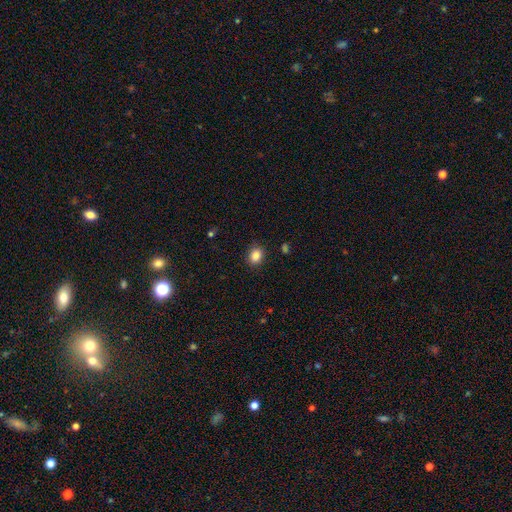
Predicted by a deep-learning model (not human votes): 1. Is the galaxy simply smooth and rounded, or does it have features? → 86% smooth, 10% star or artifact, 4% featured or disk.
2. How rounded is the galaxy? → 50% in between, 49% round, 1% cigar-shaped.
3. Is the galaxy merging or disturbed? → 88% none, 8% minor disturbance, 2% major disturbance, 1% merger.